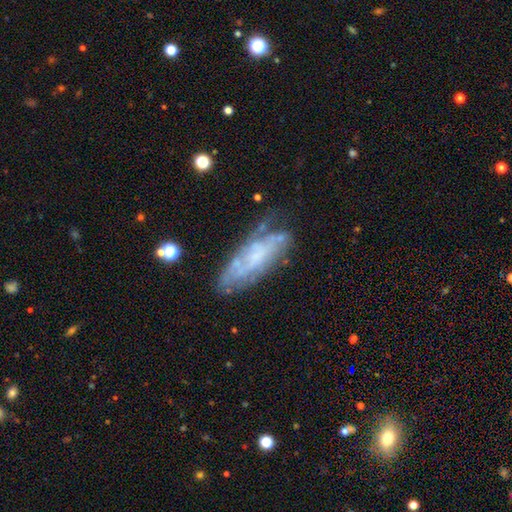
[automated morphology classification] Smooth or featured: featured or disk — 64% (smooth — 27%)
Edge-on disk: no — 81% (yes — 19%)
Bar: no — 71% (weak — 23%)
Spiral arms: yes — 66% (no — 34%)
Bulge size: small — 41% (none — 38%)
Merging: none — 59% (minor disturbance — 25%)